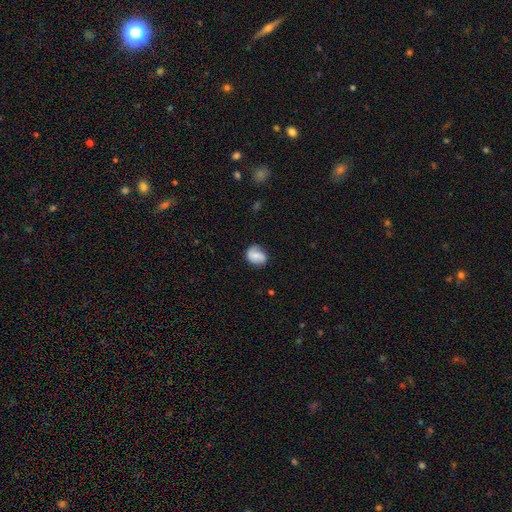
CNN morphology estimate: The model was most divided on "smooth or featured": smooth: 54%, featured or disk: 38%, star or artifact: 8%. More confident: merging — none (71%); how rounded — round (57%).